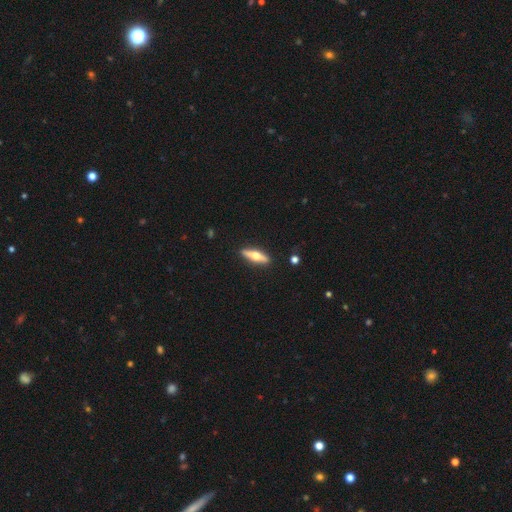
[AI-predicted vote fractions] smooth_or_featured: featured or disk (p=0.60) [alt: smooth p=0.35]
disk_edge_on: yes (p=0.93) [alt: no p=0.07]
edge_on_bulge: rounded (p=0.96) [alt: boxy p=0.02]
merging: none (p=0.89) [alt: minor disturbance p=0.08]